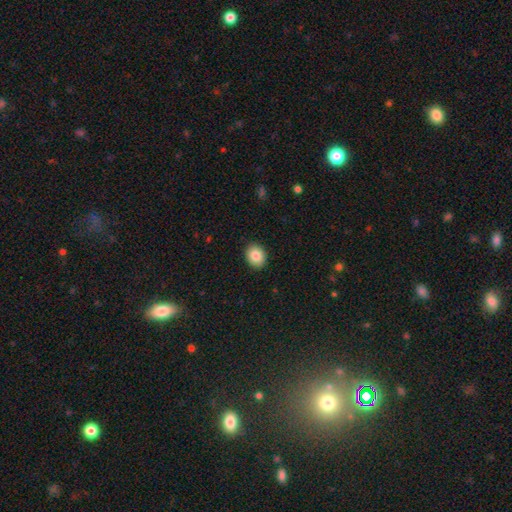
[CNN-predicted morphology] A smooth galaxy with no disk features (86%) that is in between round and cigar-shaped (50%). Merging: none (90%).